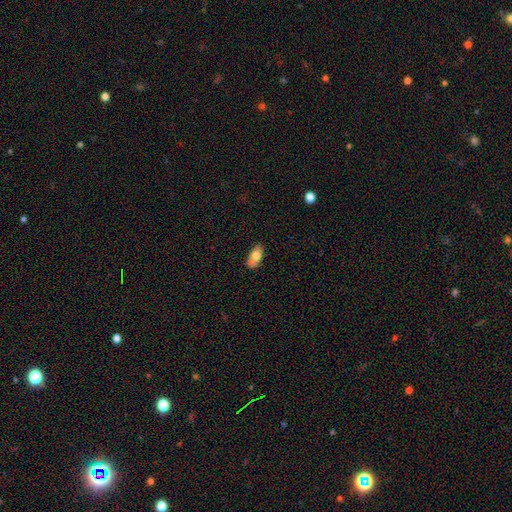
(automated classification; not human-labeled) smooth-or-featured: smooth: 77% | featured or disk: 16% | star or artifact: 7%
  how-rounded: in between: 90% | cigar-shaped: 7% | round: 3%
  merging: none: 75% | minor disturbance: 20% | major disturbance: 4% | merger: 2%